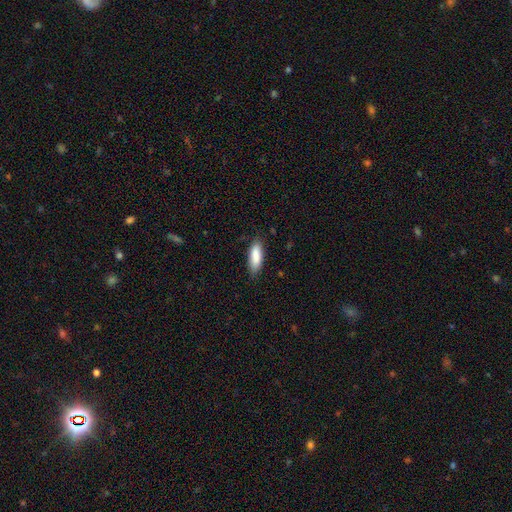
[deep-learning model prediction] This appears to be a smooth galaxy with no disk features (87%) that is in between round and cigar-shaped (65%). Merging: none (80%).